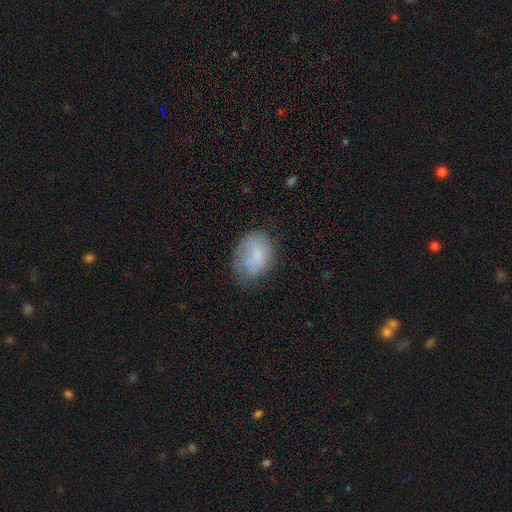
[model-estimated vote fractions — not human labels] This is likely a smooth galaxy (68%). How rounded: likely in between (71%). Merging: possibly none (56%).